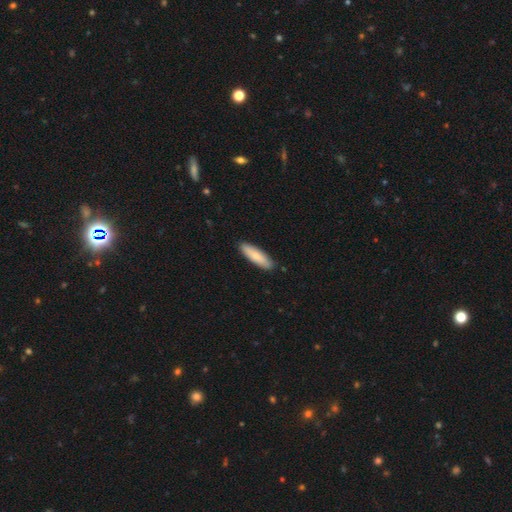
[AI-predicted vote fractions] Smooth or featured: smooth — 80% (featured or disk — 15%)
How rounded: cigar-shaped — 63% (in between — 36%)
Merging: none — 89% (minor disturbance — 8%)